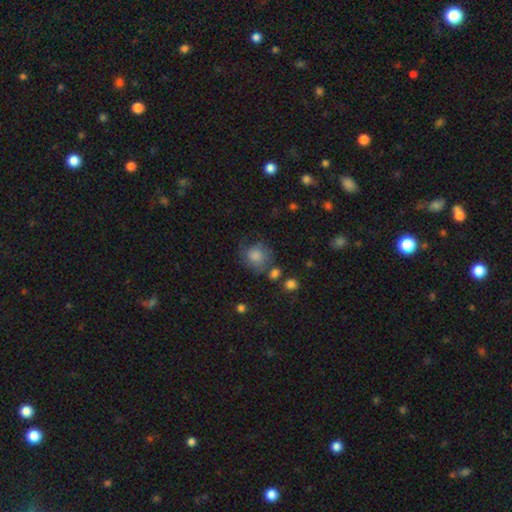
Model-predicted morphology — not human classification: Q: Smooth or featured?
A: smooth (61%); runner-up: featured or disk (27%)
Q: How rounded?
A: round (81%); runner-up: in between (18%)
Q: Merging?
A: none (58%); runner-up: minor disturbance (23%)